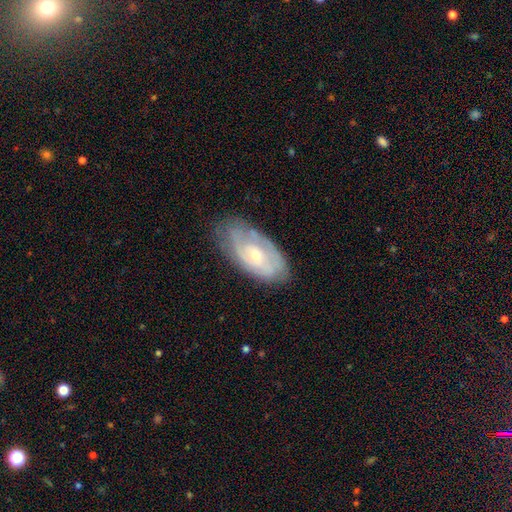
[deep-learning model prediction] Smooth or featured? Predicted: featured or disk (p=0.66). Edge-on disk? Predicted: no (p=0.92). Bar? Predicted: no (p=0.70). Spiral arms? Predicted: yes (p=0.70). Bulge size? Predicted: small (p=0.60). Merging? Predicted: none (p=0.65).